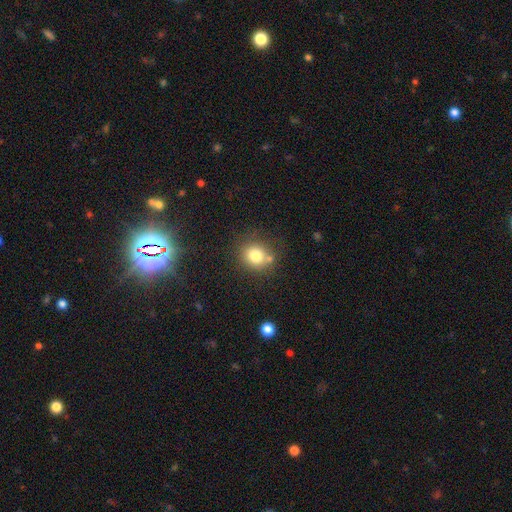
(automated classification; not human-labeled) Q: Smooth or featured?
A: smooth (78%); runner-up: star or artifact (12%)
Q: How rounded?
A: round (81%); runner-up: in between (18%)
Q: Merging?
A: none (69%); runner-up: merger (13%)